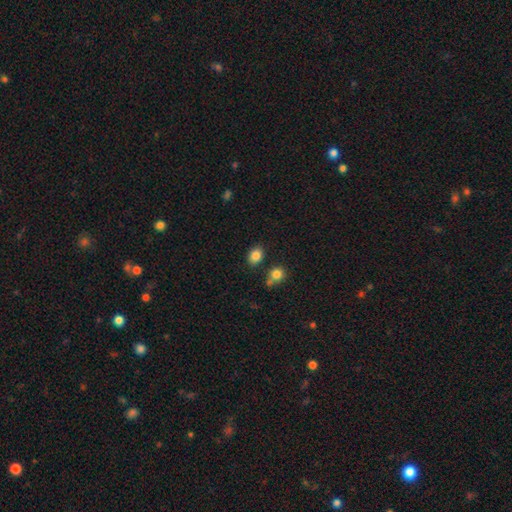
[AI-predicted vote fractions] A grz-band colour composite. It shows a smooth galaxy with no disk features (85%) that is in between round and cigar-shaped (65%). Merging: none (79%).